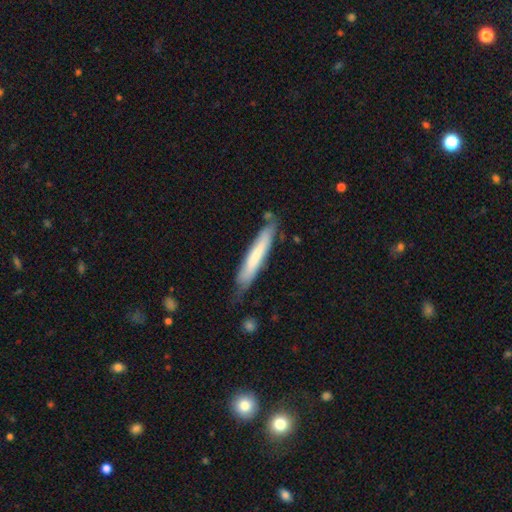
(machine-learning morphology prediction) A smooth galaxy with no disk features (61%) that is cigar-shaped (92%). Merging: none (70%).